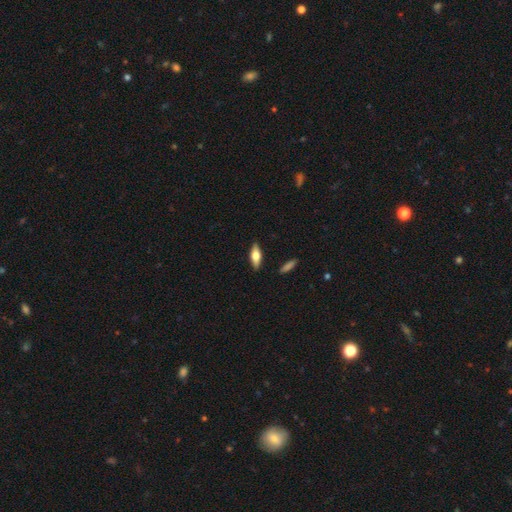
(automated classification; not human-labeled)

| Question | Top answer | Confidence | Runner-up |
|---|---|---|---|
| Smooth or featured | smooth | 53% | featured or disk (40%) |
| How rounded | in between | 61% | cigar-shaped (36%) |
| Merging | none | 88% | minor disturbance (9%) |